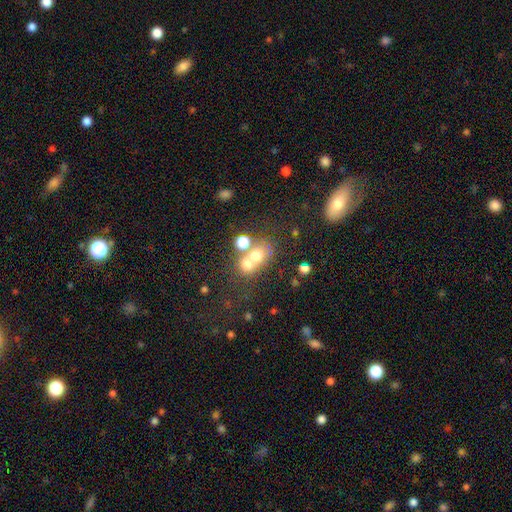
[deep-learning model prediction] Morphology: type=smooth (61%); roundness=round (60%); merging=merger (54%).